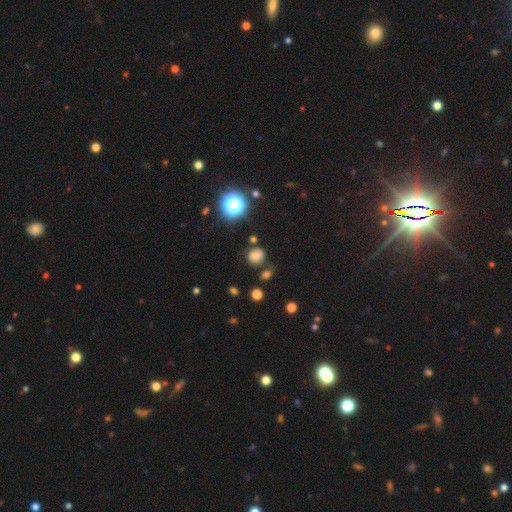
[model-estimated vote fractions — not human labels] This appears to be a smooth galaxy with no disk features (73%) that is round (82%). Merging: none (76%).